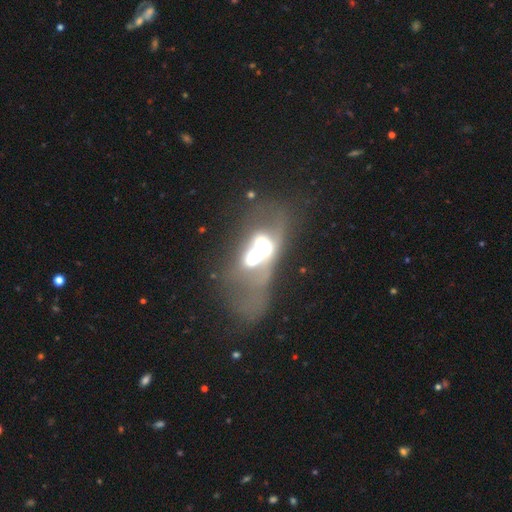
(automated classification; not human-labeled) The model was most divided on "smooth or featured": featured or disk: 50%, smooth: 33%, star or artifact: 16%. More confident: edge-on disk — no (87%); merging — merger (64%).